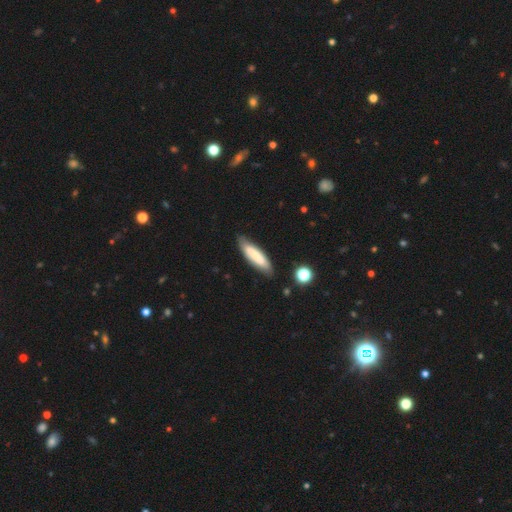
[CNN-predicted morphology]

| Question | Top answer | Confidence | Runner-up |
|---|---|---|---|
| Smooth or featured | smooth | 72% | featured or disk (22%) |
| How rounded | cigar-shaped | 67% | in between (32%) |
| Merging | none | 78% | minor disturbance (17%) |